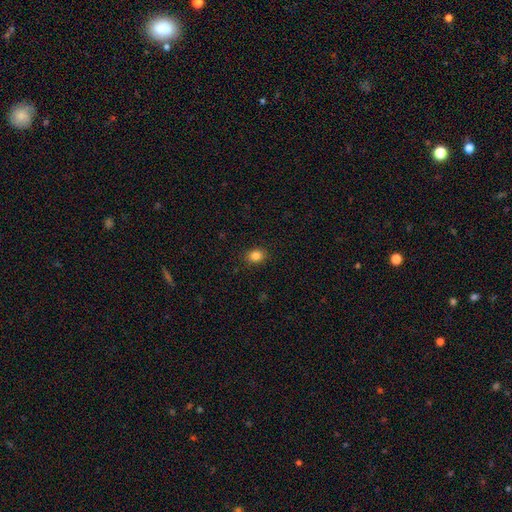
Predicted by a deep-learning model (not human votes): A smooth galaxy with no disk features (85%) that is round (56%).

Vote fractions:
- Smooth or featured? smooth: 85% / star or artifact: 11% / featured or disk: 4%
- How rounded? round: 56% / in between: 43% / cigar-shaped: 1%
- Merging? none: 89% / minor disturbance: 8% / major disturbance: 2% / merger: 1%